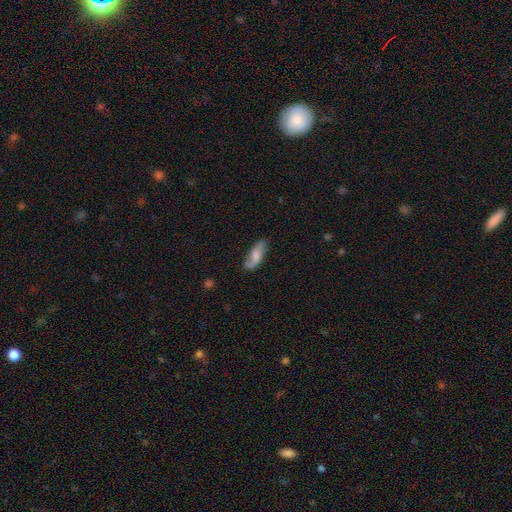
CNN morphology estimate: Q: Smooth or featured?
A: smooth (52%); runner-up: featured or disk (42%)
Q: How rounded?
A: in between (73%); runner-up: cigar-shaped (24%)
Q: Merging?
A: none (77%); runner-up: minor disturbance (18%)